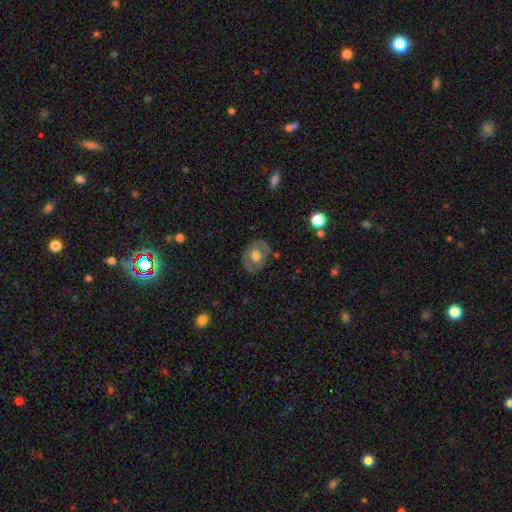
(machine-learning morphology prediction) A featured or disk galaxy (48%). Merging: none (78%).